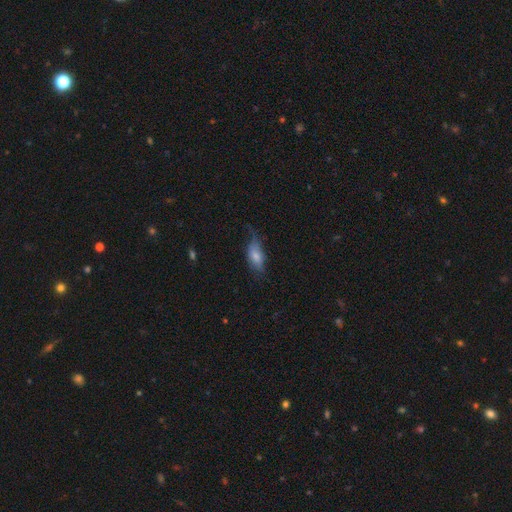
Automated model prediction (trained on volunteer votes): The model was most divided on "merging": none: 38%, minor disturbance: 34%, major disturbance: 25%, merger: 2%. More confident: how rounded — in between (86%); smooth or featured — smooth (64%).